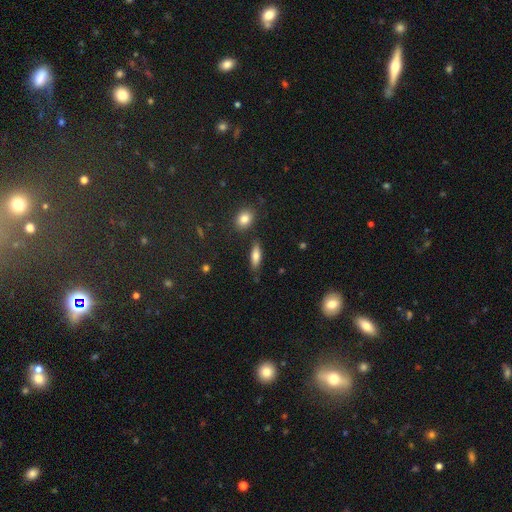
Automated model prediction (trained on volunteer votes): This appears to be a smooth galaxy with no disk features (73%) that is in between round and cigar-shaped (55%). Merging: none (80%).